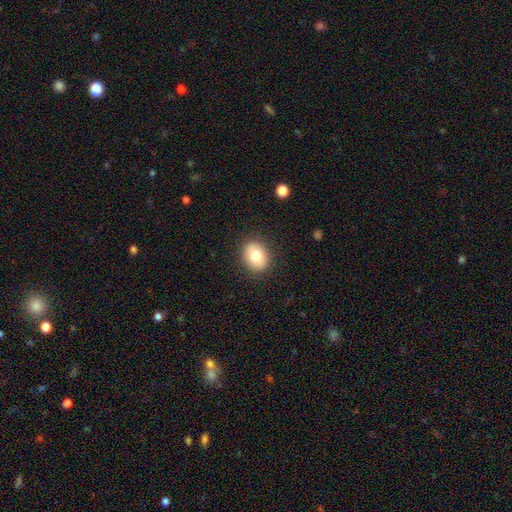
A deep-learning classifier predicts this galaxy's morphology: Smooth or featured? Predicted: smooth (p=0.77). How rounded? Predicted: round (p=0.55). Merging? Predicted: none (p=0.88).